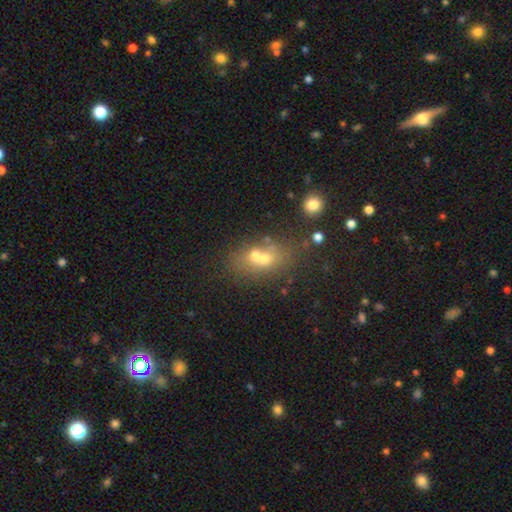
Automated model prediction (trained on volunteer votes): Morphology: type=smooth (55%); roundness=in between (58%); merging=merger (56%).